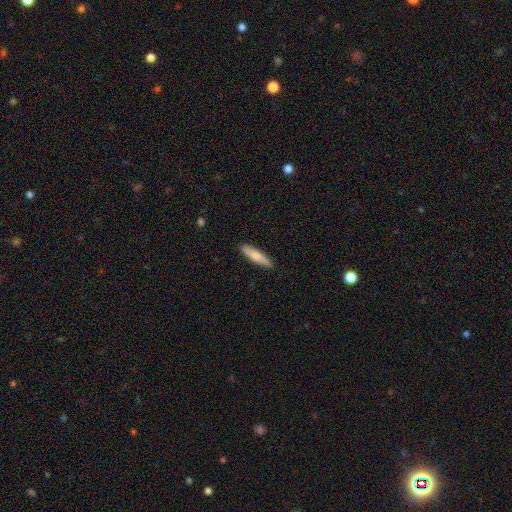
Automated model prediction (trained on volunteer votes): This is likely a smooth galaxy (72%). How rounded: clearly cigar-shaped (80%). Merging: clearly none (89%).